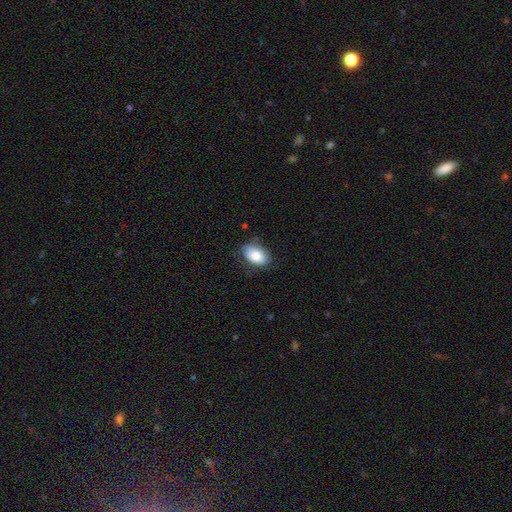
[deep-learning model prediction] smooth 82%, featured or disk 11%, star or artifact 7%. Down the decision tree: how rounded — in between (89%); merging — none (70%).